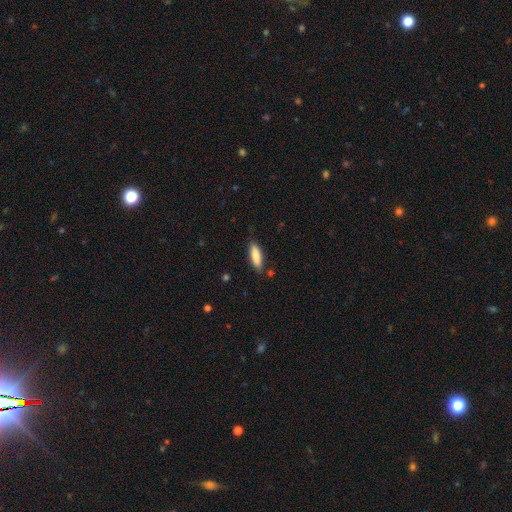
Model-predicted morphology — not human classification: Smooth or featured?
  - smooth: 84% *
  - featured or disk: 11%
  - star or artifact: 6%
How rounded?
  - cigar-shaped: 50% *
  - in between: 48%
  - round: 2%
Merging?
  - none: 83% *
  - minor disturbance: 13%
  - major disturbance: 2%
  - merger: 2%